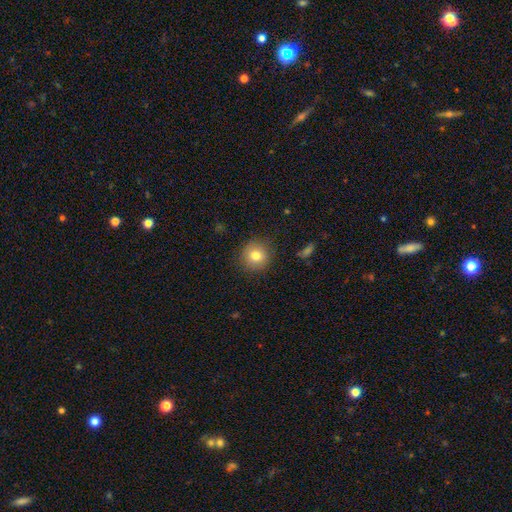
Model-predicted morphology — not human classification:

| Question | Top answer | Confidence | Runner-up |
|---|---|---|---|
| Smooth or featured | smooth | 79% | star or artifact (11%) |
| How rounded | round | 91% | in between (8%) |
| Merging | none | 87% | minor disturbance (10%) |